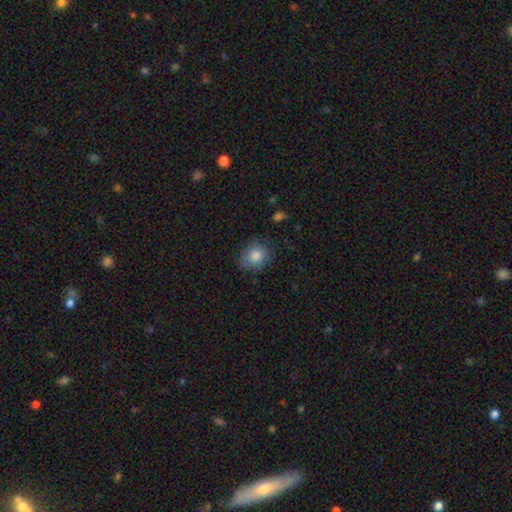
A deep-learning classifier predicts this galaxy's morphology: Smooth or featured: smooth — 83% (star or artifact — 9%)
How rounded: round — 59% (in between — 40%)
Merging: none — 75% (minor disturbance — 19%)